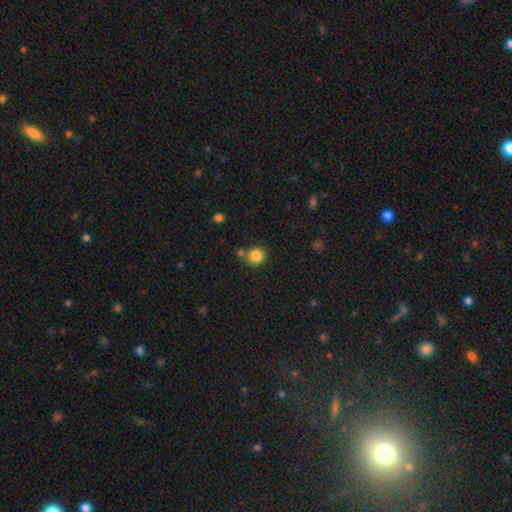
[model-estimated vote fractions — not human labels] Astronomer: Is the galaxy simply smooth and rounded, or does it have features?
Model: smooth — 84%.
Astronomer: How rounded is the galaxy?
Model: round — 91%.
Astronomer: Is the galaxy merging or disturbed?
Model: none — 73%.